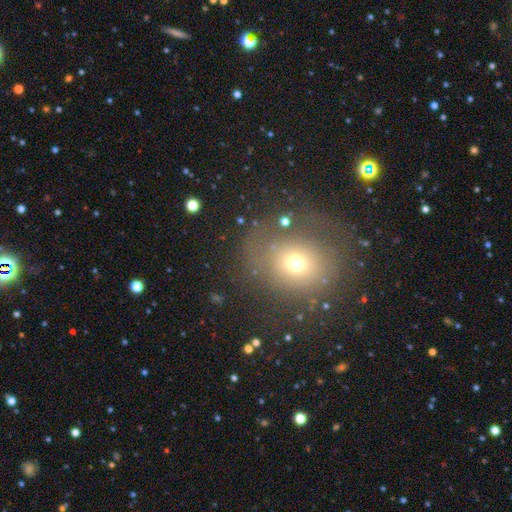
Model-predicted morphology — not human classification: Smooth or featured: smooth — 57% (star or artifact — 25%)
How rounded: round — 74% (in between — 25%)
Merging: none — 77% (minor disturbance — 13%)